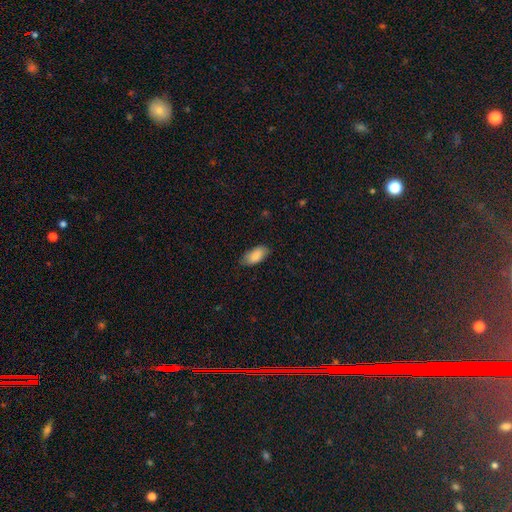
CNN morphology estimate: This appears to be a smooth galaxy with no disk features (87%) that is in between round and cigar-shaped (92%). Merging: none (77%).